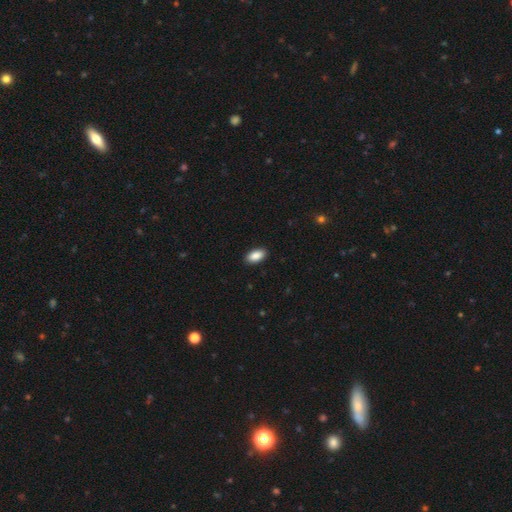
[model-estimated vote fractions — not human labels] smooth_or_featured: smooth (p=0.89) [alt: star or artifact p=0.07]
how_rounded: in between (p=0.94) [alt: cigar-shaped p=0.03]
merging: none (p=0.90) [alt: minor disturbance p=0.07]